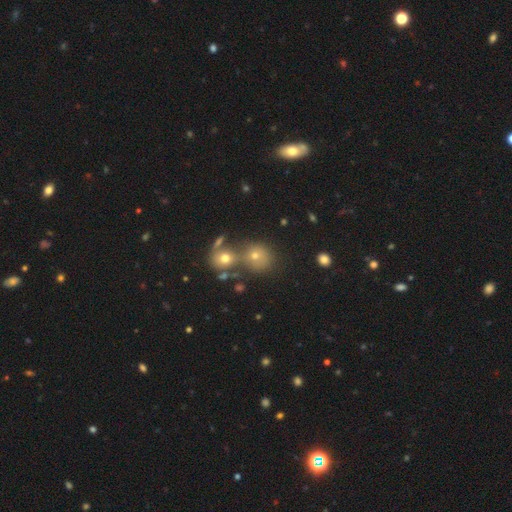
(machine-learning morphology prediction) Overall: smooth (69%). How rounded: round (79%). Merging: merger (45%; none 39%).